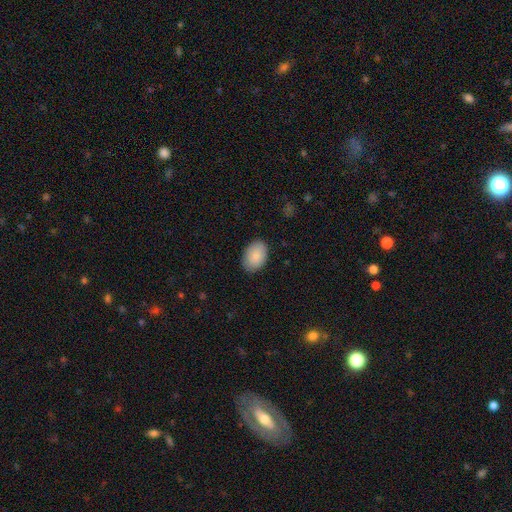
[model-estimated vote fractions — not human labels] A smooth galaxy with no disk features (88%) that is in between round and cigar-shaped (88%). Merging: none (86%).